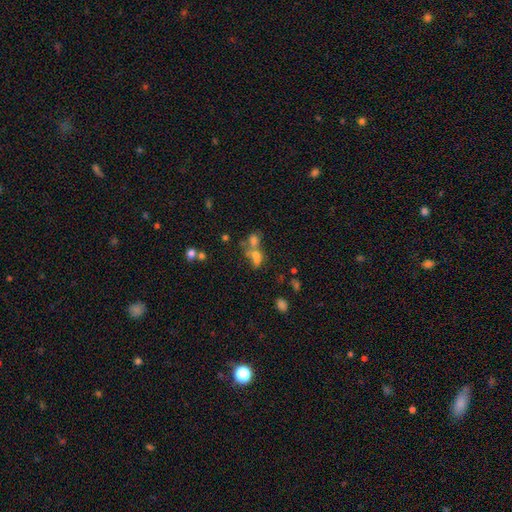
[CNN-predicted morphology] Smooth or featured?
  - smooth: 58% *
  - star or artifact: 21%
  - featured or disk: 21%
How rounded?
  - in between: 59% *
  - round: 35%
  - cigar-shaped: 6%
Merging?
  - merger: 55% *
  - none: 26%
  - major disturbance: 9%
  - minor disturbance: 9%